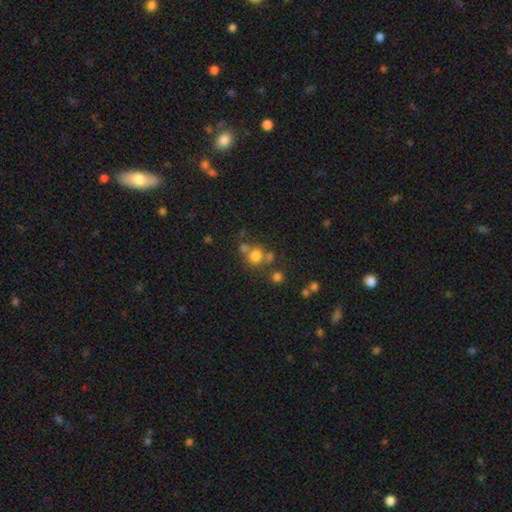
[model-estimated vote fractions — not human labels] Smooth or featured: smooth — 73% (star or artifact — 16%)
How rounded: round — 84% (in between — 15%)
Merging: none — 58% (merger — 26%)